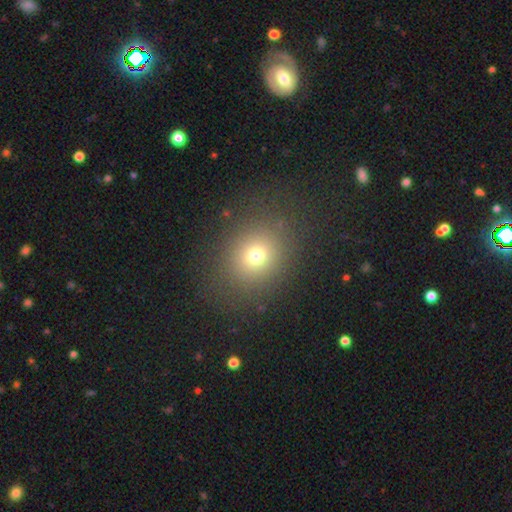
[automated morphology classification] smooth_or_featured: smooth (p=0.71) [alt: star or artifact p=0.19]
how_rounded: round (p=0.65) [alt: in between p=0.34]
merging: none (p=0.83) [alt: minor disturbance p=0.09]